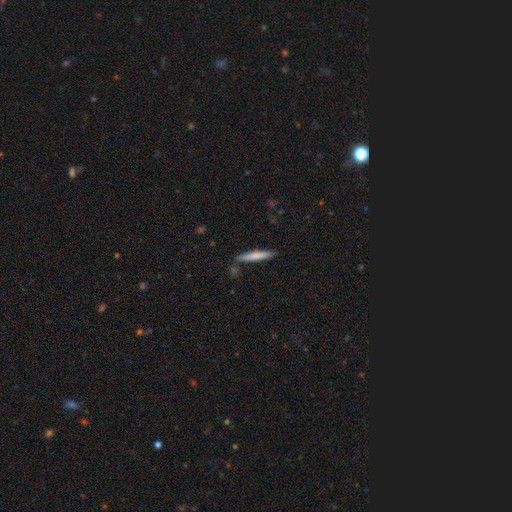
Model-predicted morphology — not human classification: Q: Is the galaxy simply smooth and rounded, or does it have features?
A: smooth — 70%.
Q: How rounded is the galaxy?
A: cigar-shaped — 94%.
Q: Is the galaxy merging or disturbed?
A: none — 83%.